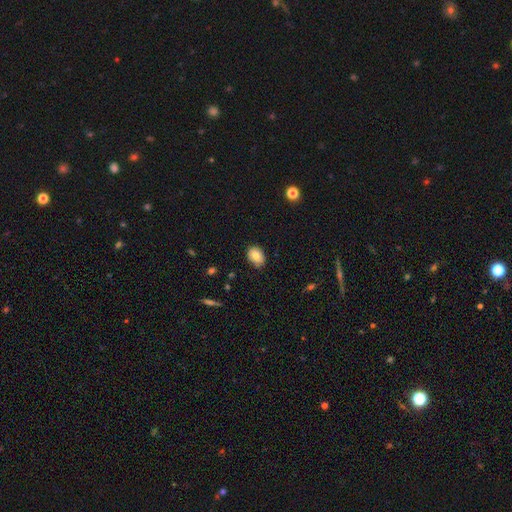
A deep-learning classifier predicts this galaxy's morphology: This is likely a smooth galaxy (79%). How rounded: likely in between (70%). Merging: likely none (79%).